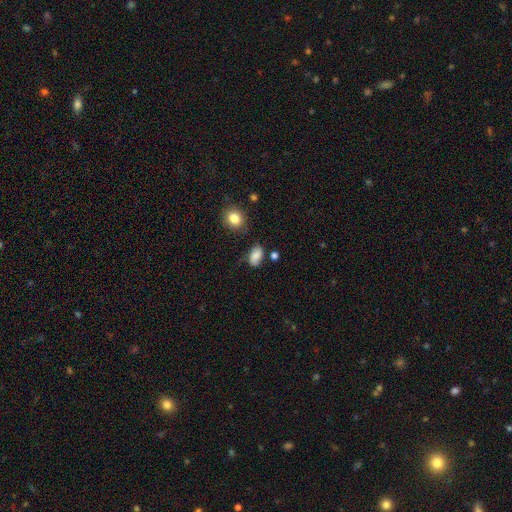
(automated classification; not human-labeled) Smooth or featured? smooth (68%)
How rounded? in between (87%)
Merging? none (58%)